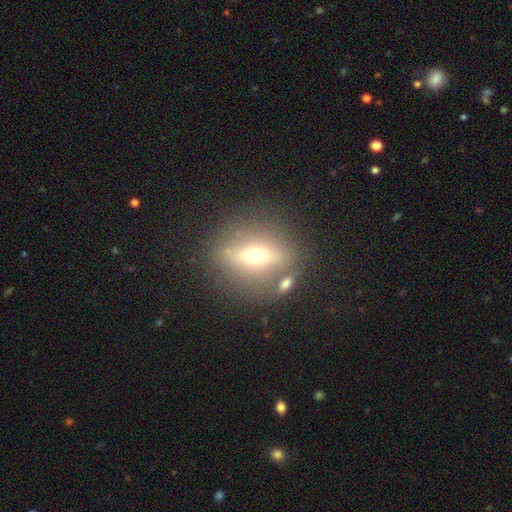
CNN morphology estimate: Q: Smooth or featured?
A: featured or disk (52%); runner-up: smooth (36%)
Q: Edge-on disk?
A: yes (64%); runner-up: no (36%)
Q: Merging?
A: none (77%); runner-up: minor disturbance (10%)